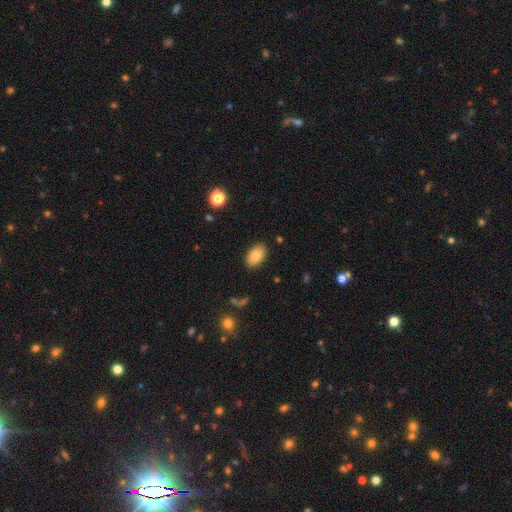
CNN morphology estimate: smooth-or-featured: smooth: 84% | star or artifact: 8% | featured or disk: 8%
  how-rounded: in between: 93% | round: 6% | cigar-shaped: 1%
  merging: none: 86% | minor disturbance: 11% | major disturbance: 3% | merger: 1%